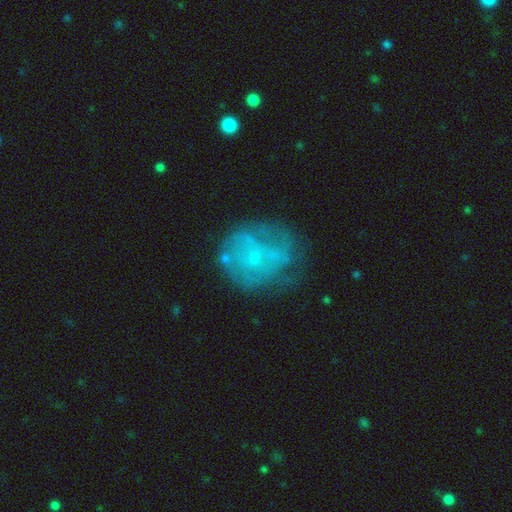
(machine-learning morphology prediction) Q: Smooth or featured?
A: featured or disk (57%); runner-up: smooth (31%)
Q: Edge-on disk?
A: no (98%); runner-up: yes (2%)
Q: Bar?
A: no (81%); runner-up: weak (16%)
Q: Spiral arms?
A: no (65%); runner-up: yes (35%)
Q: Bulge size?
A: small (58%); runner-up: none (29%)
Q: Merging?
A: none (52%); runner-up: minor disturbance (23%)